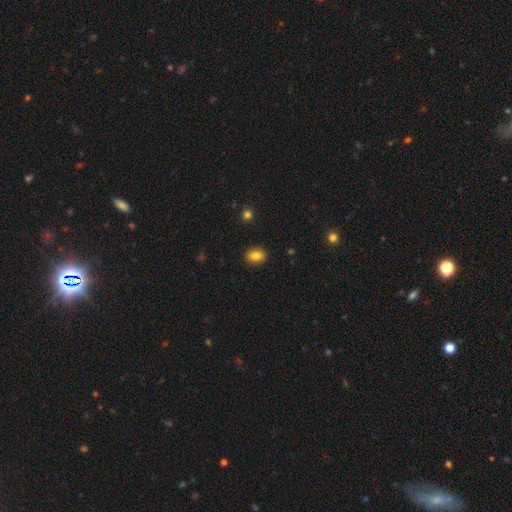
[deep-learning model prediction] This appears to be a smooth galaxy with no disk features (83%) that is in between round and cigar-shaped (68%). Merging: none (89%).